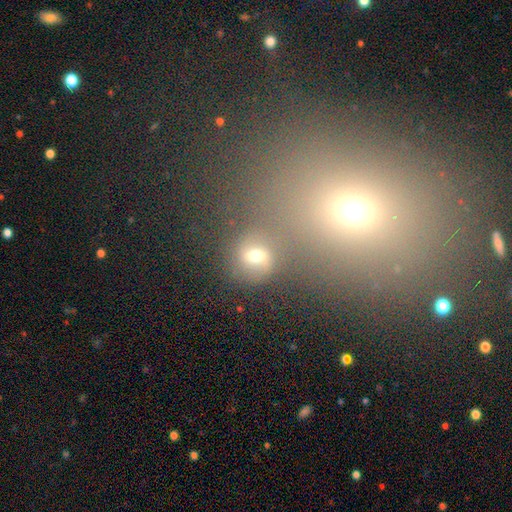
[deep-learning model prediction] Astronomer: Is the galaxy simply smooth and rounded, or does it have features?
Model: smooth — 52%.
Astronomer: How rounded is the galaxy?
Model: round — 73%.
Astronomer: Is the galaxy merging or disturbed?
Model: none — 64%.